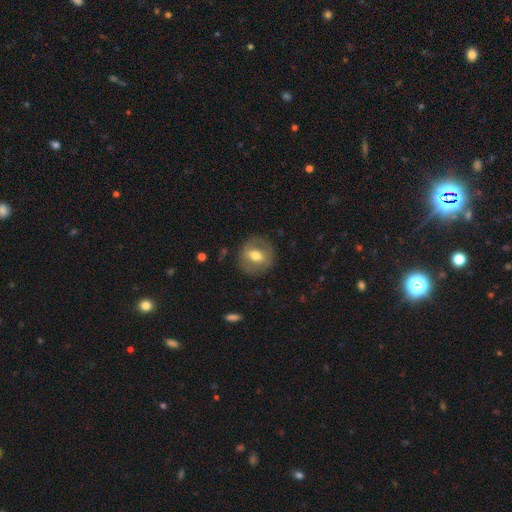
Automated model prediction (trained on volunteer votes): smooth 52%, featured or disk 41%, star or artifact 8%. Down the decision tree: how rounded — round (79%); merging — none (82%).